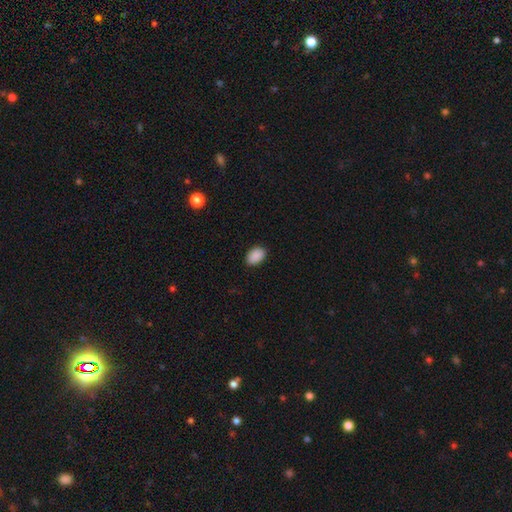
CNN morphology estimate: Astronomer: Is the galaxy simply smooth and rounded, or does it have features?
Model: smooth — 90%.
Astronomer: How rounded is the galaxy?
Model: in between — 85%.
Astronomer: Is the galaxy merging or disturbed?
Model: none — 88%.